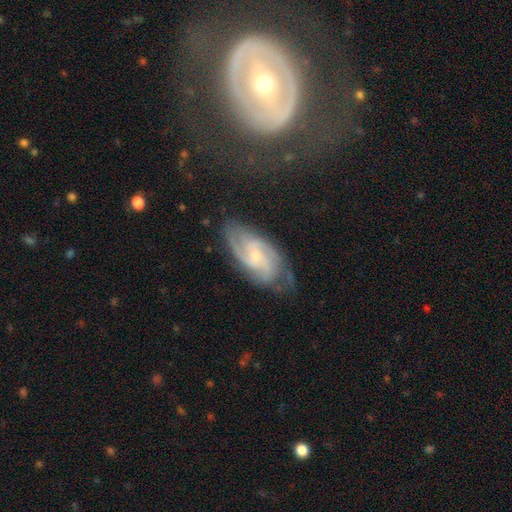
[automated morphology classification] smooth_or_featured: featured or disk (p=0.81) [alt: smooth p=0.12]
disk_edge_on: no (p=0.95) [alt: yes p=0.05]
bar: no (p=0.54) [alt: weak p=0.38]
has_spiral_arms: yes (p=0.96) [alt: no p=0.04]
spiral_winding: tight (p=0.47) [alt: medium p=0.41]
spiral_arm_count: 3 (p=0.30) [alt: 2 p=0.26]
bulge_size: small (p=0.68) [alt: moderate p=0.25]
merging: none (p=0.71) [alt: minor disturbance p=0.20]